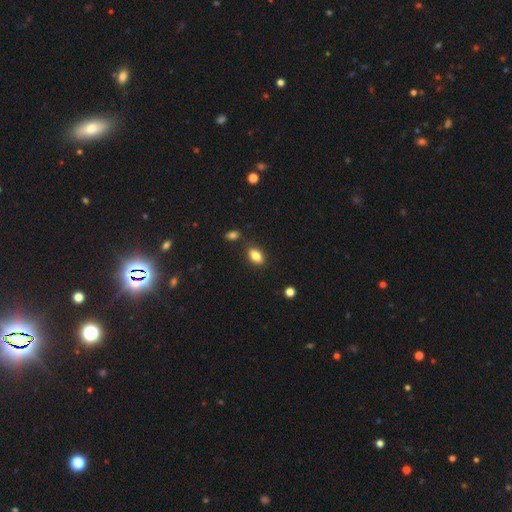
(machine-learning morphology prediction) This is clearly a smooth galaxy (84%). How rounded: clearly in between (88%). Merging: clearly none (81%).